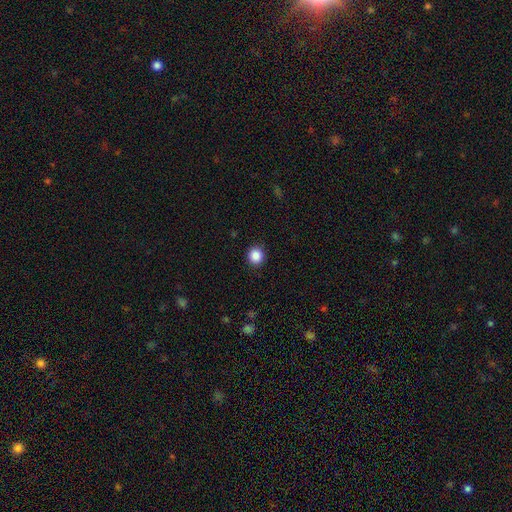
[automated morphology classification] This appears to be a smooth galaxy with no disk features (87%) that is round (90%). Merging: none (92%).